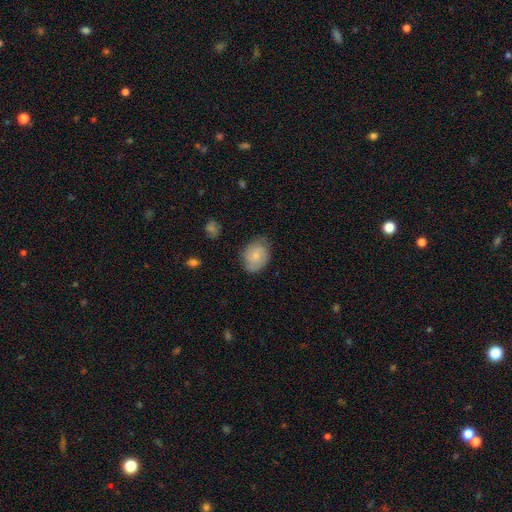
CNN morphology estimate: A smooth galaxy with no disk features (76%) that is in between round and cigar-shaped (60%).

Vote fractions:
- Smooth or featured? smooth: 76% / featured or disk: 17% / star or artifact: 7%
- How rounded? in between: 60% / round: 39% / cigar-shaped: 1%
- Merging? none: 70% / minor disturbance: 23% / major disturbance: 5% / merger: 1%